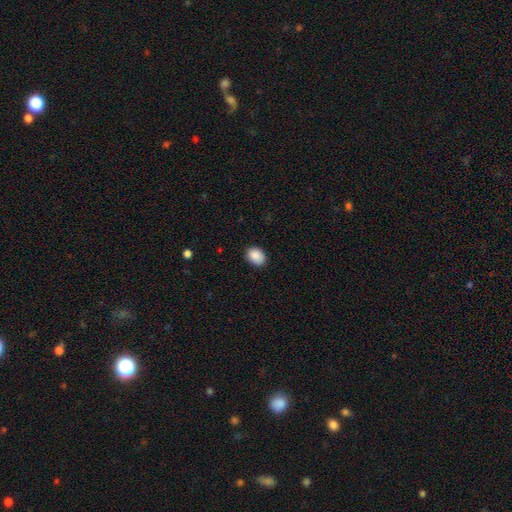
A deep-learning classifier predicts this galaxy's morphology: smooth 89%, star or artifact 8%, featured or disk 3%. Down the decision tree: how rounded — in between (65%); merging — none (87%).